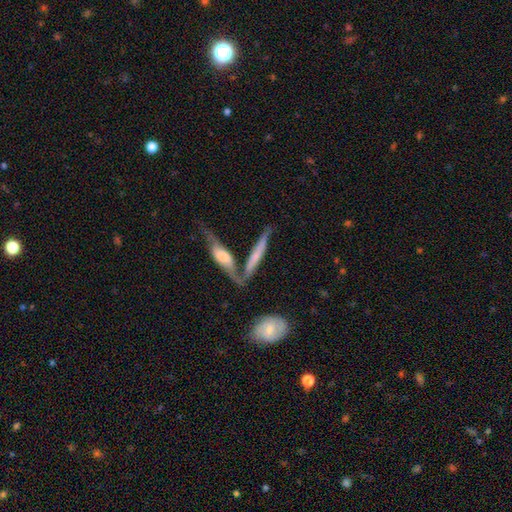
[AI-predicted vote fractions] The model was most divided on "merging": none: 44%, merger: 31%, minor disturbance: 16%, major disturbance: 9%. More confident: edge-on disk — yes (76%); smooth or featured — featured or disk (59%).